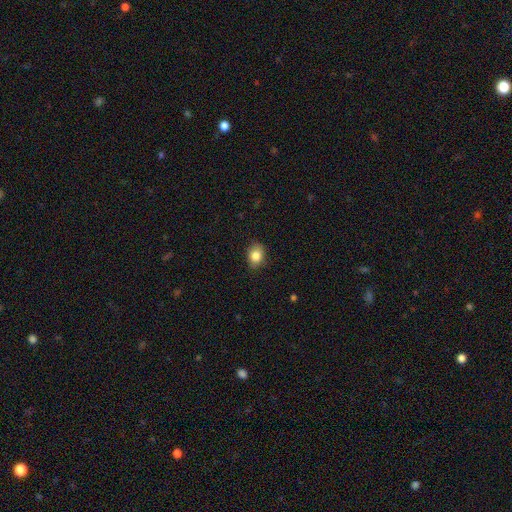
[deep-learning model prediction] smooth-or-featured: smooth: 83% | star or artifact: 9% | featured or disk: 8%
  how-rounded: in between: 59% | round: 40% | cigar-shaped: 1%
  merging: none: 82% | minor disturbance: 15% | major disturbance: 3% | merger: 1%